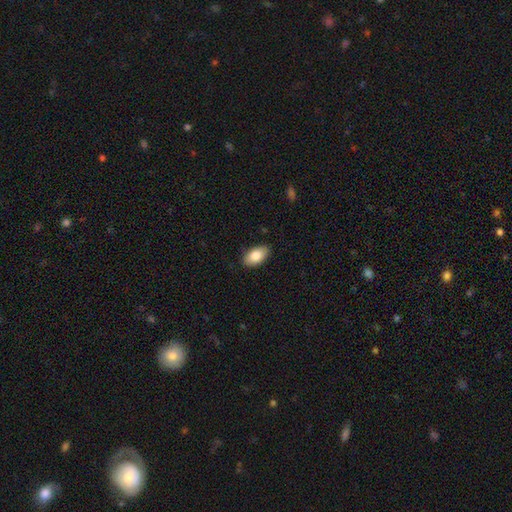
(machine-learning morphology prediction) This appears to be a smooth galaxy with no disk features (83%) that is in between round and cigar-shaped (94%). Merging: none (86%).